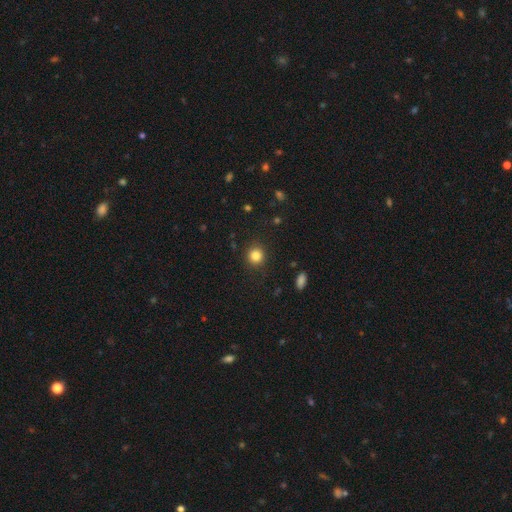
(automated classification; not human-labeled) Q: Smooth or featured?
A: smooth (83%); runner-up: star or artifact (12%)
Q: How rounded?
A: round (89%); runner-up: in between (10%)
Q: Merging?
A: none (89%); runner-up: minor disturbance (7%)